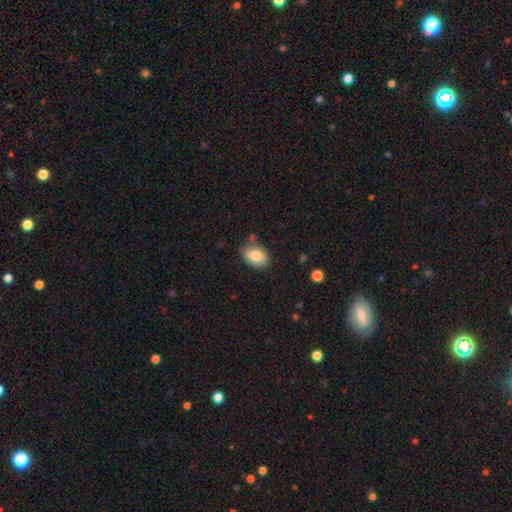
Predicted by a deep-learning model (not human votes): Smooth or featured? smooth (82%)
How rounded? in between (83%)
Merging? none (75%)